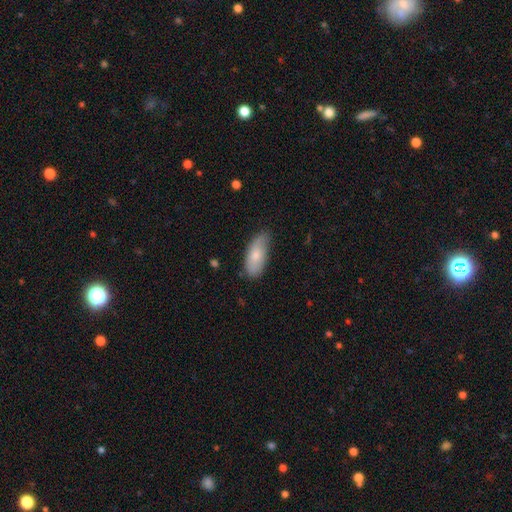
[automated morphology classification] A smooth galaxy with no disk features (76%) that is in between round and cigar-shaped (87%).

Vote fractions:
- Smooth or featured? smooth: 76% / featured or disk: 18% / star or artifact: 6%
- How rounded? in between: 87% / cigar-shaped: 11% / round: 2%
- Merging? none: 64% / minor disturbance: 29% / major disturbance: 5% / merger: 2%